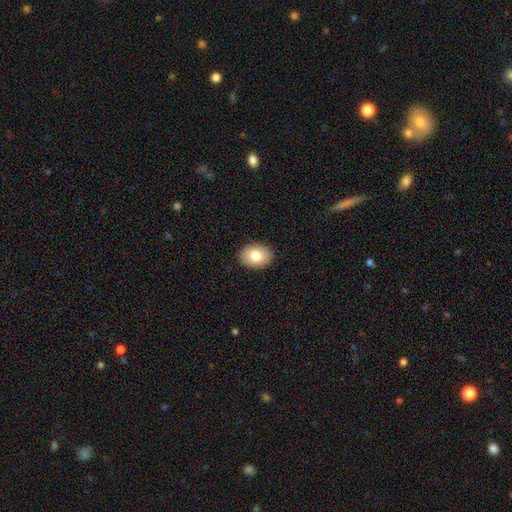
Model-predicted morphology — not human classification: smooth 80%, featured or disk 12%, star or artifact 8%. Down the decision tree: how rounded — in between (68%); merging — none (90%).